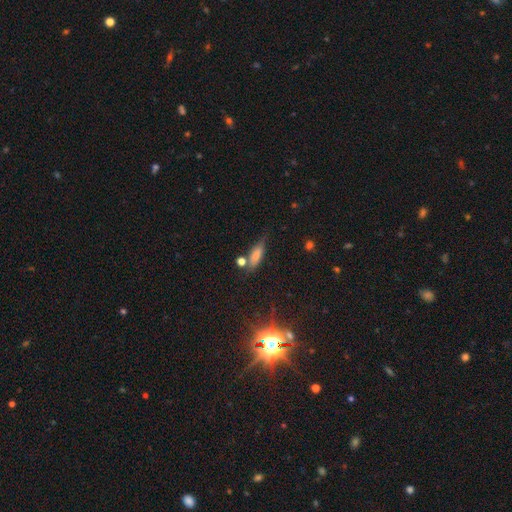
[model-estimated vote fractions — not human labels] This is likely a smooth galaxy (72%). How rounded: possibly in between (56%). Merging: possibly none (57%).